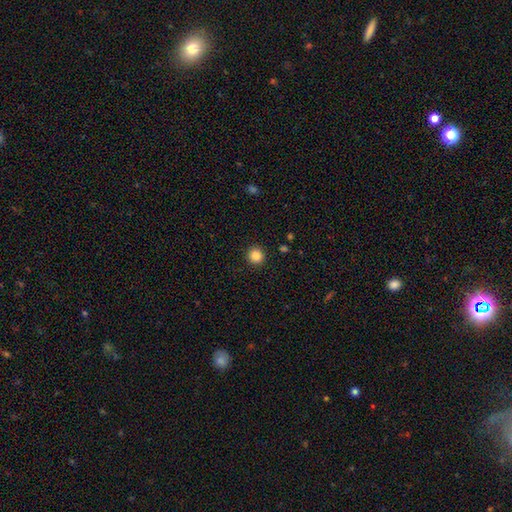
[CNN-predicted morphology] Smooth or featured? Predicted: smooth (p=0.85). How rounded? Predicted: round (p=0.94). Merging? Predicted: none (p=0.92).